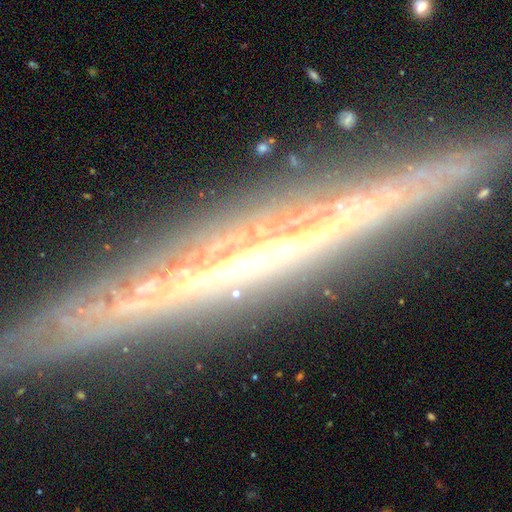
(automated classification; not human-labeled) Smooth or featured? Predicted: featured or disk (p=0.79). Edge-on disk? Predicted: yes (p=0.95). Edge-on bulge? Predicted: none (p=0.73). Merging? Predicted: none (p=0.86).